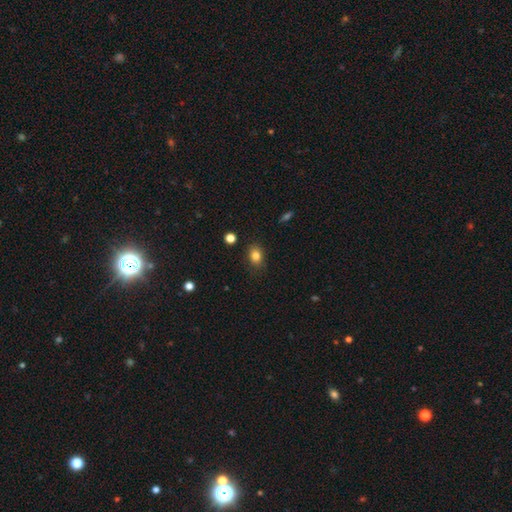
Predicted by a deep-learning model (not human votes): This is clearly a smooth galaxy (82%). How rounded: likely in between (65%). Merging: clearly none (83%).